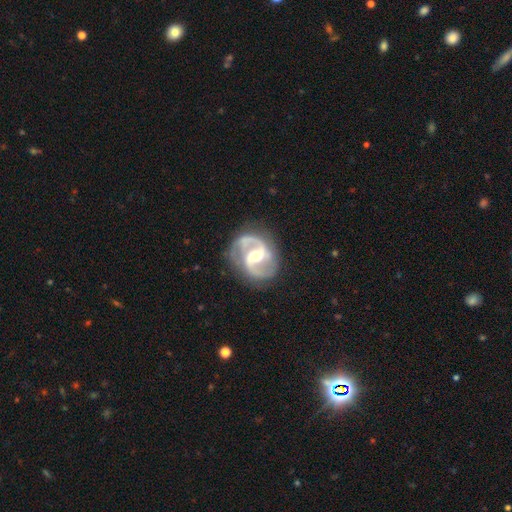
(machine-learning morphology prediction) Smooth or featured: featured or disk — 92% (star or artifact — 4%)
Edge-on disk: no — 98% (yes — 2%)
Bar: weak — 46% (strong — 34%)
Spiral arms: yes — 98% (no — 2%)
Spiral winding: medium — 62% (tight — 20%)
Spiral arm count: 2 — 92% (3 — 2%)
Bulge size: moderate — 61% (small — 32%)
Merging: none — 80% (minor disturbance — 14%)